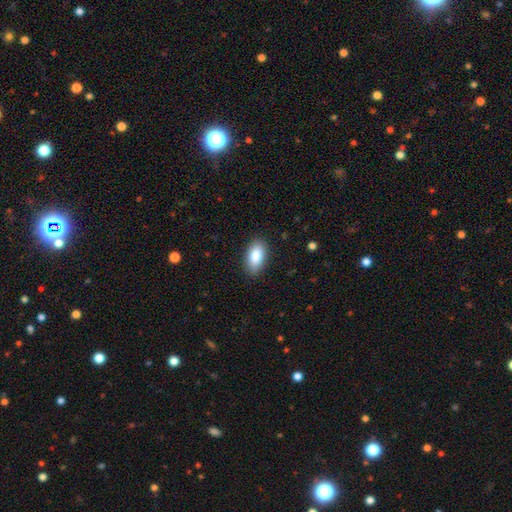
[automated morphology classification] Q: Smooth or featured?
A: smooth (86%); runner-up: featured or disk (7%)
Q: How rounded?
A: in between (92%); runner-up: cigar-shaped (4%)
Q: Merging?
A: none (87%); runner-up: minor disturbance (10%)